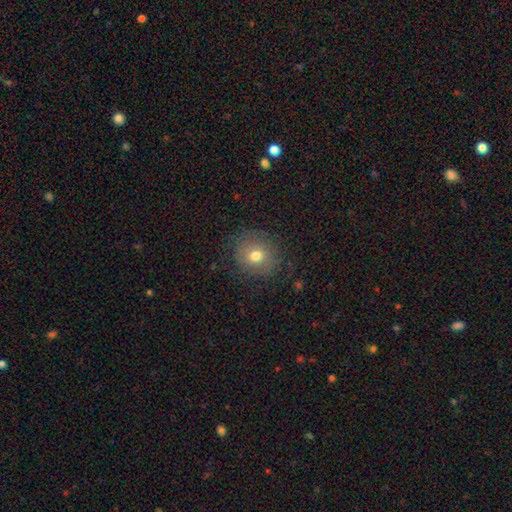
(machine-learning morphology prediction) Smooth or featured: smooth — 68% (featured or disk — 20%)
How rounded: round — 84% (in between — 15%)
Merging: none — 78% (minor disturbance — 14%)